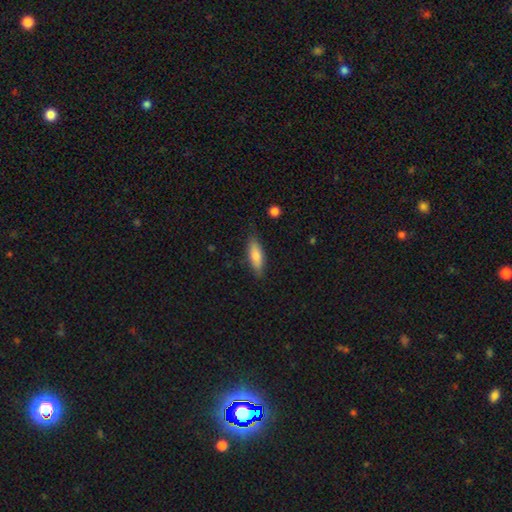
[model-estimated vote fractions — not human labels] Smooth or featured?
  - smooth: 78% *
  - featured or disk: 16%
  - star or artifact: 6%
How rounded?
  - in between: 61% *
  - cigar-shaped: 37%
  - round: 2%
Merging?
  - none: 81% *
  - minor disturbance: 15%
  - major disturbance: 3%
  - merger: 1%